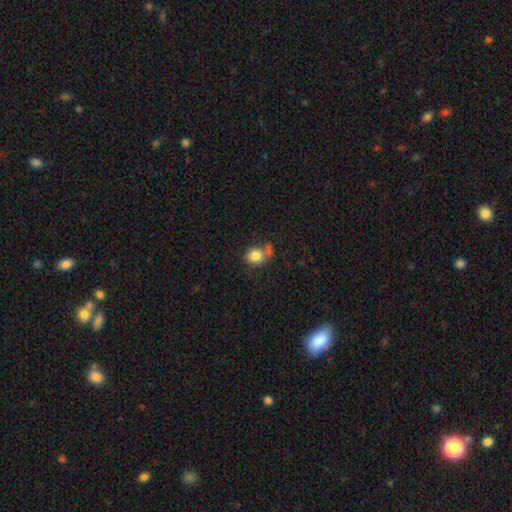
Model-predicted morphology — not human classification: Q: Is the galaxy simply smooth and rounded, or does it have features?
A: smooth — 81%.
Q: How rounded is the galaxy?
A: round — 71%.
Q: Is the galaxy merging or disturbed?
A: none — 55%.